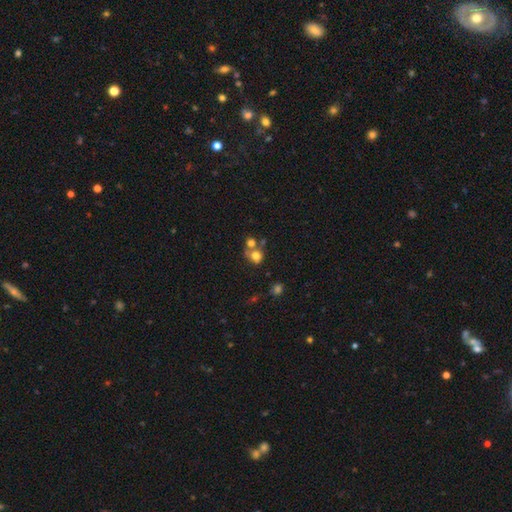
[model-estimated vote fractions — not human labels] Smooth or featured?
  - smooth: 71% *
  - featured or disk: 16%
  - star or artifact: 13%
How rounded?
  - round: 75% *
  - in between: 24%
  - cigar-shaped: 1%
Merging?
  - merger: 48% *
  - none: 37%
  - minor disturbance: 9%
  - major disturbance: 6%